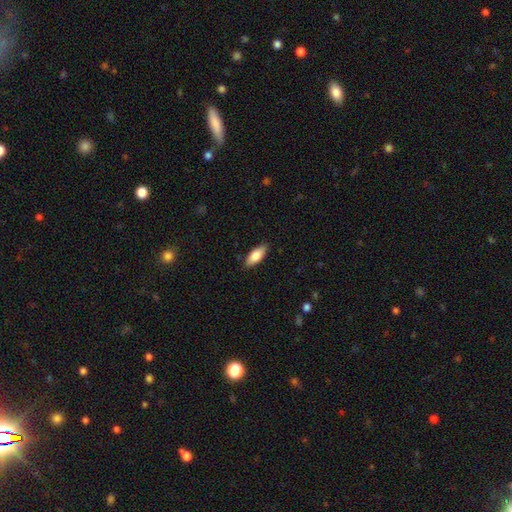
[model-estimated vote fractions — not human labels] This is likely a smooth galaxy (79%). How rounded: likely in between (77%). Merging: clearly none (87%).